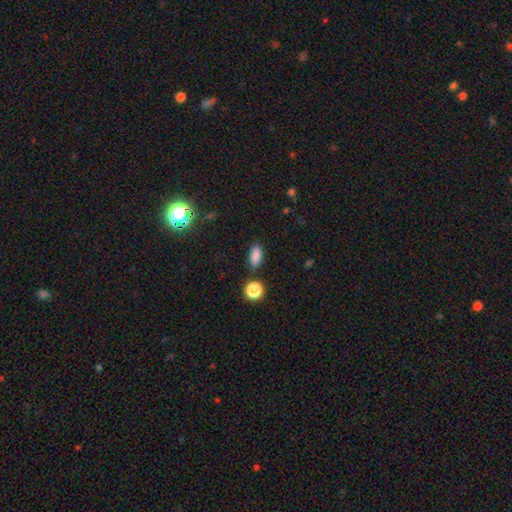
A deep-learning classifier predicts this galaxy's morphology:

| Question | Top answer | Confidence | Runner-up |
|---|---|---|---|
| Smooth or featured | smooth | 84% | star or artifact (12%) |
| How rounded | in between | 83% | cigar-shaped (10%) |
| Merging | none | 81% | minor disturbance (12%) |